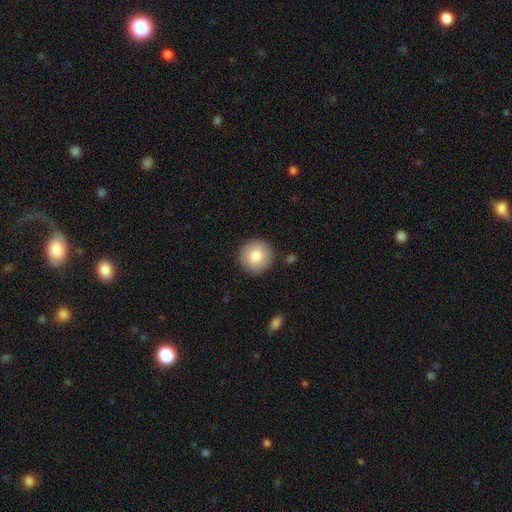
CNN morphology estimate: Smooth or featured?
  - smooth: 83% *
  - featured or disk: 10%
  - star or artifact: 8%
How rounded?
  - round: 95% *
  - in between: 4%
  - cigar-shaped: 1%
Merging?
  - none: 89% *
  - minor disturbance: 7%
  - major disturbance: 2%
  - merger: 2%